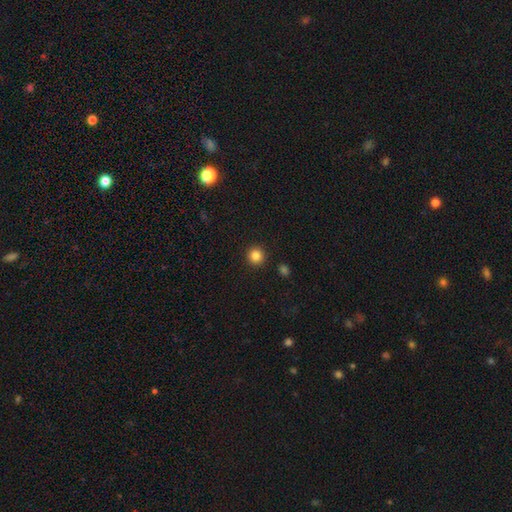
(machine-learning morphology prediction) Smooth or featured: smooth — 85% (star or artifact — 11%)
How rounded: round — 95% (in between — 4%)
Merging: none — 92% (minor disturbance — 5%)